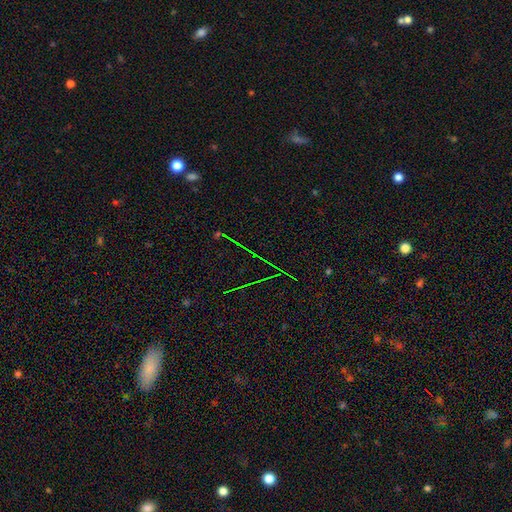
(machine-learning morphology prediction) Smooth or featured? Predicted: star or artifact (p=0.77).